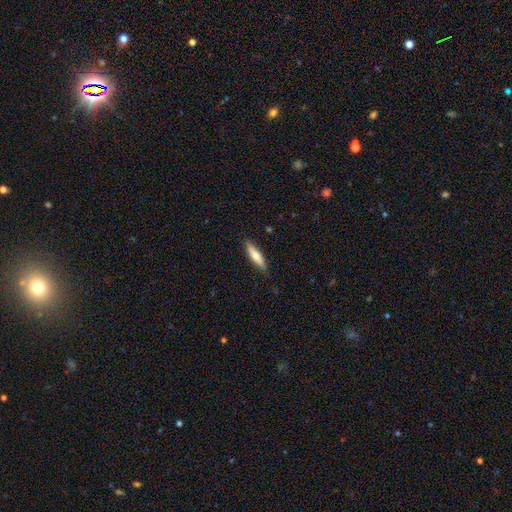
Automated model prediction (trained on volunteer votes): Morphology: type=smooth (66%); roundness=cigar-shaped (73%); merging=none (87%).